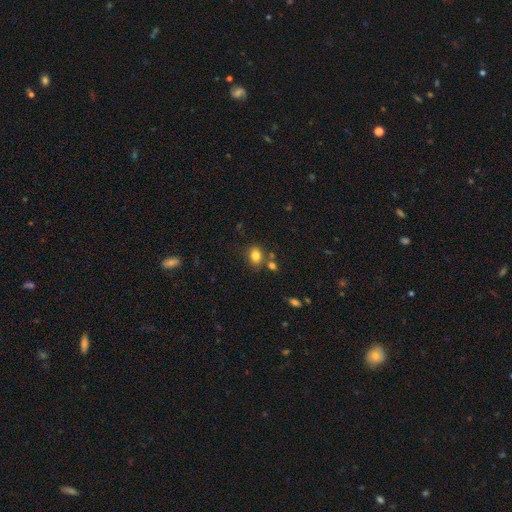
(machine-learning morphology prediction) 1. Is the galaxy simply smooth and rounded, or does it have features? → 81% smooth, 11% star or artifact, 8% featured or disk.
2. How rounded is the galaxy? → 59% in between, 39% round, 1% cigar-shaped.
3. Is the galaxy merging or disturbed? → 69% none, 14% minor disturbance, 12% merger, 4% major disturbance.